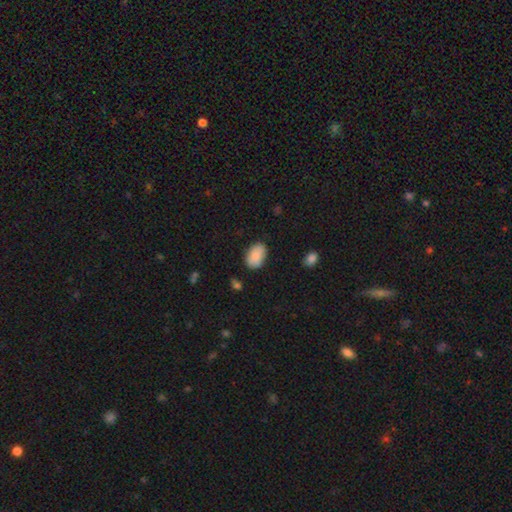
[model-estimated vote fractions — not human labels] This is clearly a smooth galaxy (87%). How rounded: clearly in between (89%). Merging: likely none (79%).